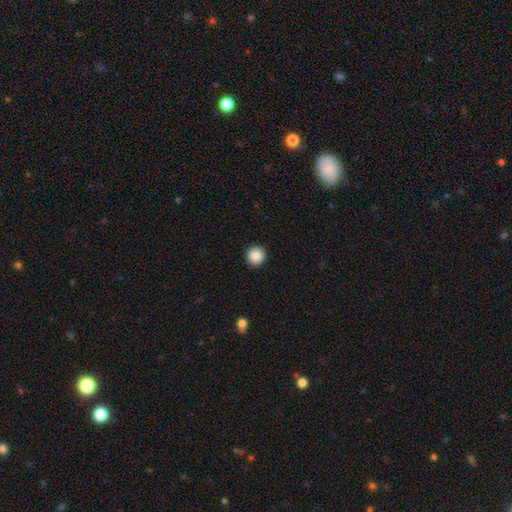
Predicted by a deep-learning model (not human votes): Smooth or featured? smooth (88%)
How rounded? round (95%)
Merging? none (93%)